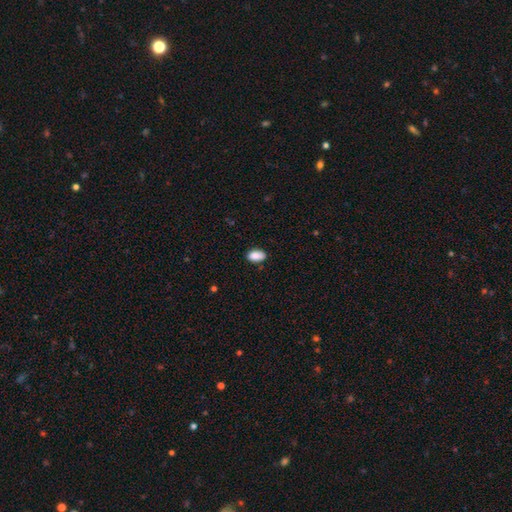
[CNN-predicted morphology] Smooth or featured? smooth (88%)
How rounded? in between (90%)
Merging? none (81%)